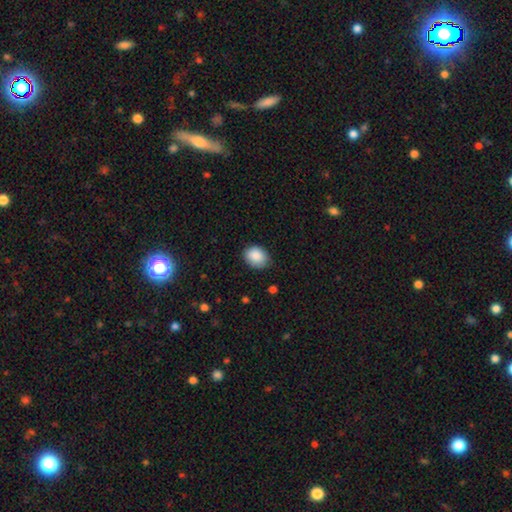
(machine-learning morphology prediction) Smooth or featured?
  - smooth: 88% *
  - star or artifact: 8%
  - featured or disk: 4%
How rounded?
  - in between: 58% *
  - round: 41%
  - cigar-shaped: 1%
Merging?
  - none: 78% *
  - minor disturbance: 18%
  - major disturbance: 3%
  - merger: 1%